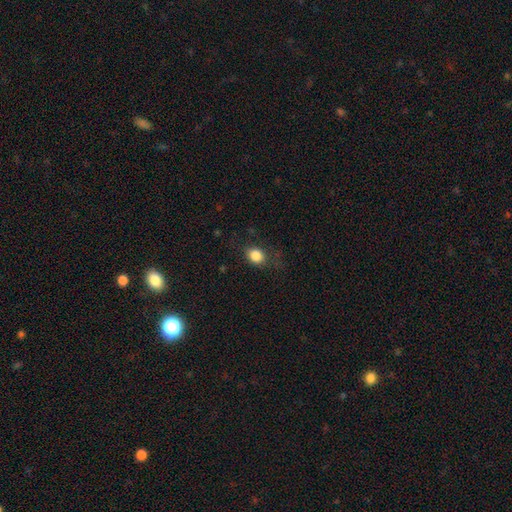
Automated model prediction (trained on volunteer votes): Q: Smooth or featured?
A: smooth (84%); runner-up: star or artifact (10%)
Q: How rounded?
A: round (53%); runner-up: in between (46%)
Q: Merging?
A: none (73%); runner-up: minor disturbance (18%)